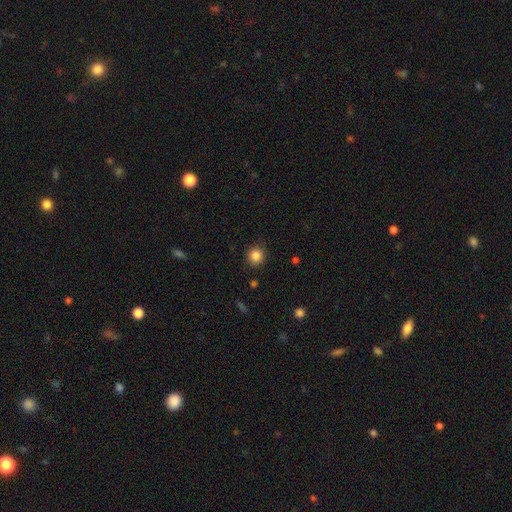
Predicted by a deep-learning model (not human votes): This appears to be a smooth galaxy with no disk features (85%) that is round (92%). Merging: none (89%).